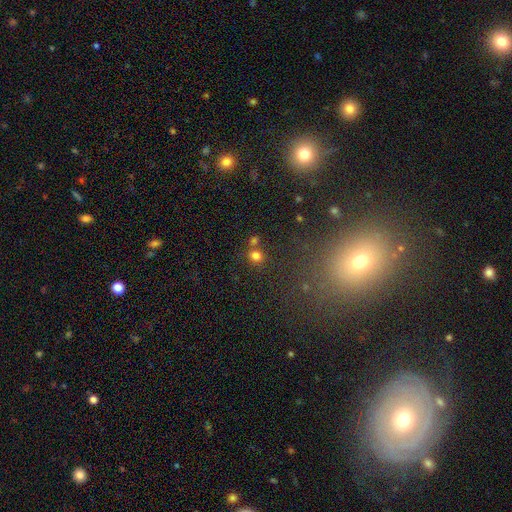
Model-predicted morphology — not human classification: Q: Smooth or featured?
A: smooth (77%); runner-up: star or artifact (17%)
Q: How rounded?
A: round (83%); runner-up: in between (16%)
Q: Merging?
A: none (66%); runner-up: merger (21%)